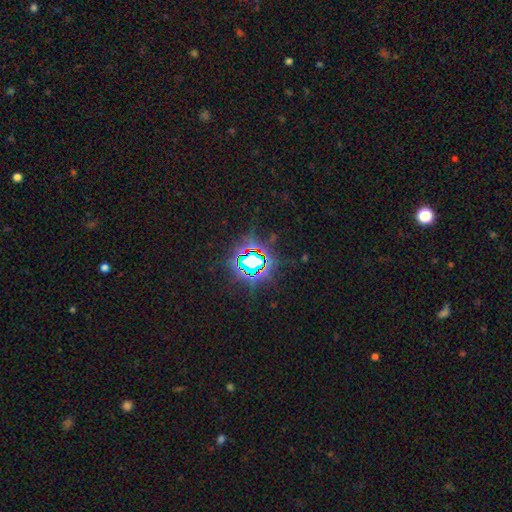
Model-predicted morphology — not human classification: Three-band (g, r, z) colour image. It shows a star or artifact, not a galaxy (81%).